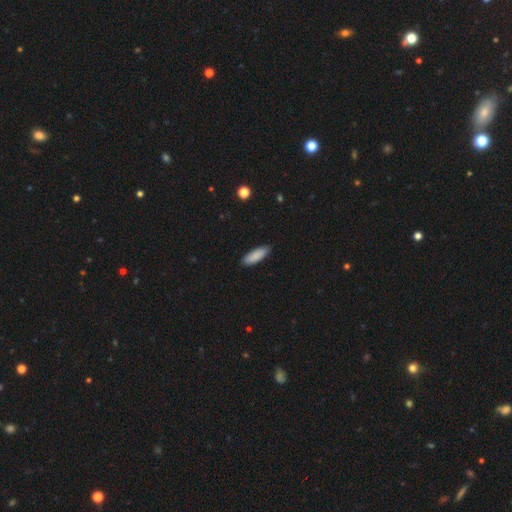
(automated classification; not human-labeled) Q: Smooth or featured?
A: smooth (89%); runner-up: star or artifact (6%)
Q: How rounded?
A: in between (58%); runner-up: cigar-shaped (41%)
Q: Merging?
A: none (86%); runner-up: minor disturbance (11%)